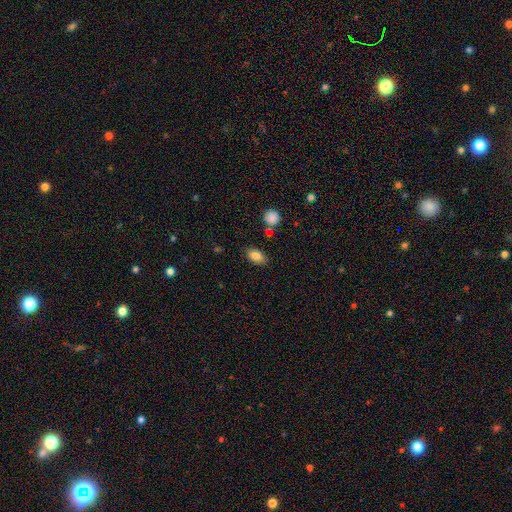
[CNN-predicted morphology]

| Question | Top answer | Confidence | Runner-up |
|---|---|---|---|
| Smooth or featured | smooth | 83% | featured or disk (9%) |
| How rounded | in between | 90% | round (7%) |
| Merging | none | 82% | minor disturbance (11%) |